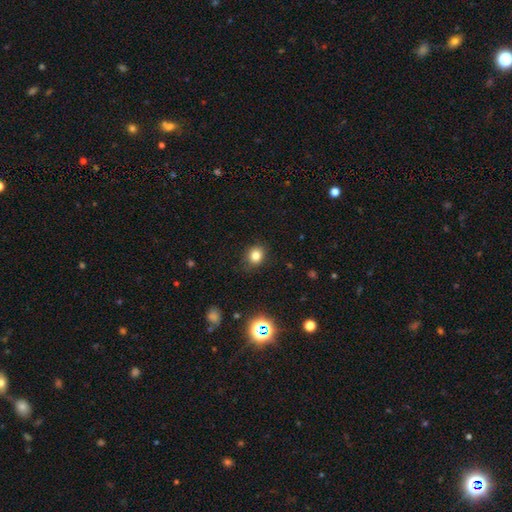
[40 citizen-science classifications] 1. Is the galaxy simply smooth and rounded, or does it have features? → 90% smooth, 8% star or artifact, 2% featured or disk.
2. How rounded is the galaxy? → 69% round, 31% in between, 0% cigar-shaped.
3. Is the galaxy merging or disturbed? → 92% none, 3% minor disturbance, 3% major disturbance, 3% merger.